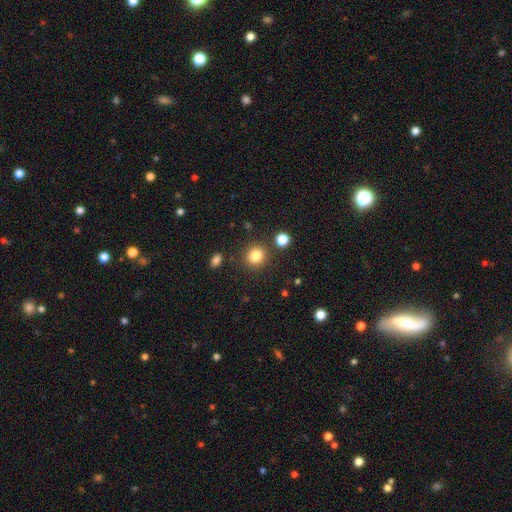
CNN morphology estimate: Smooth or featured? Predicted: smooth (p=0.82). How rounded? Predicted: round (p=0.86). Merging? Predicted: none (p=0.85).